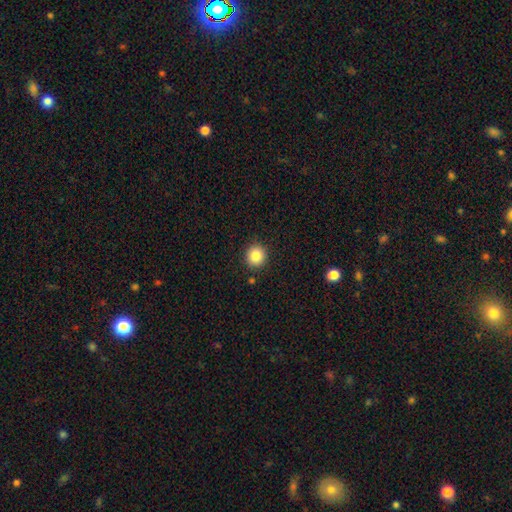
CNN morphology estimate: Smooth or featured?
  - smooth: 85% *
  - star or artifact: 10%
  - featured or disk: 6%
How rounded?
  - round: 90% *
  - in between: 9%
  - cigar-shaped: 1%
Merging?
  - none: 90% *
  - minor disturbance: 6%
  - major disturbance: 2%
  - merger: 2%